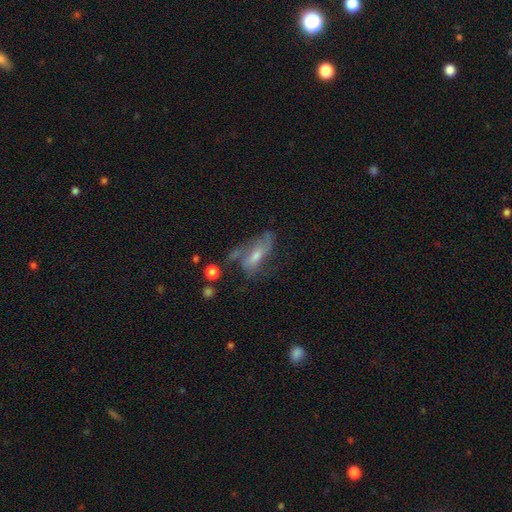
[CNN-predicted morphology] featured or disk 59%, smooth 30%, star or artifact 11%. Down the decision tree: edge-on disk — no (84%); merging — none (36%).